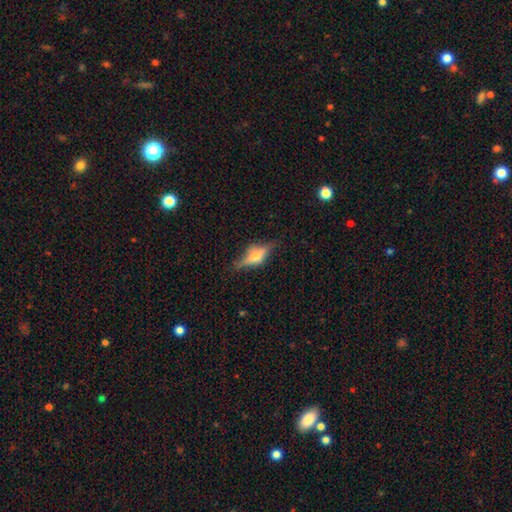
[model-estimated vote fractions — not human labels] A featured or disk galaxy (59%) viewed edge-on (91%) with a rounded central bulge (85%). Merging: none (75%).